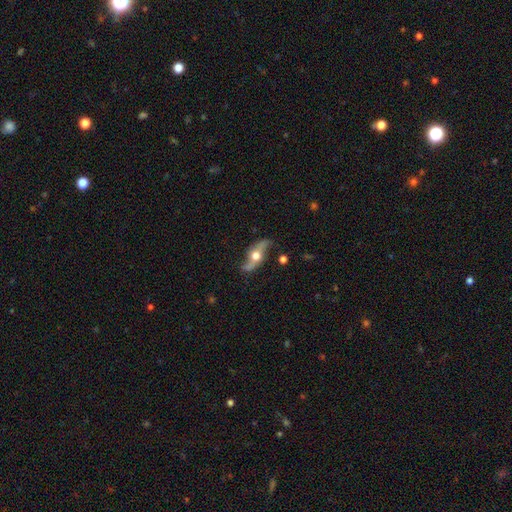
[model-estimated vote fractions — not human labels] smooth-or-featured: featured or disk: 83% | smooth: 12% | star or artifact: 6%
  disk-edge-on: no: 72% | yes: 28%
    bar: no: 69% | weak: 20% | strong: 11%
    has-spiral-arms: yes: 90% | no: 10%
      spiral-winding: loose: 86% | medium: 10% | tight: 3%
      spiral-arm-count: 2: 94% | can't tell: 2% | 1: 2% | 3: 1% | 4: 1% | more than 4: 1%
    bulge-size: moderate: 63% | large: 26% | small: 6% | dominant: 3% | none: 1%
  merging: none: 76% | minor disturbance: 16% | major disturbance: 7% | merger: 2%